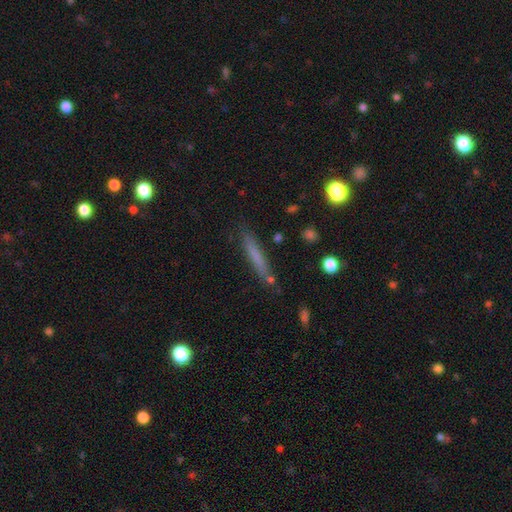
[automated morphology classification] A smooth galaxy with no disk features (67%) that is cigar-shaped (93%).

Vote fractions:
- Smooth or featured? smooth: 67% / featured or disk: 24% / star or artifact: 9%
- How rounded? cigar-shaped: 93% / in between: 6% / round: 2%
- Merging? none: 81% / minor disturbance: 12% / merger: 3% / major disturbance: 3%